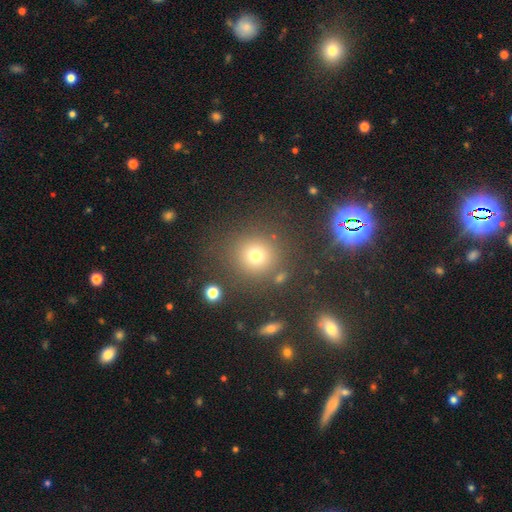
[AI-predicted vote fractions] This appears to be a smooth galaxy with no disk features (74%) that is round (92%). Merging: none (82%).